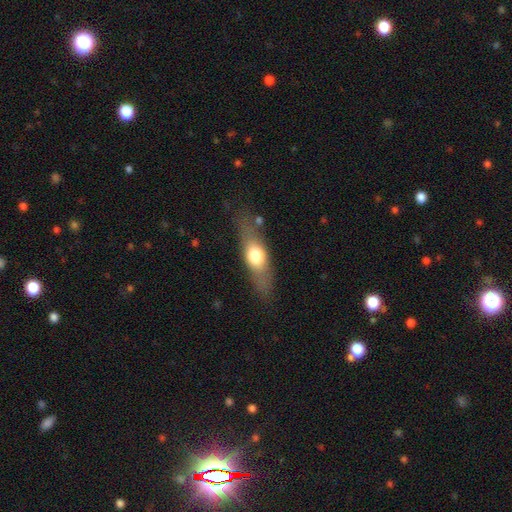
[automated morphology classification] Smooth or featured? smooth (58%)
How rounded? in between (53%)
Merging? none (78%)